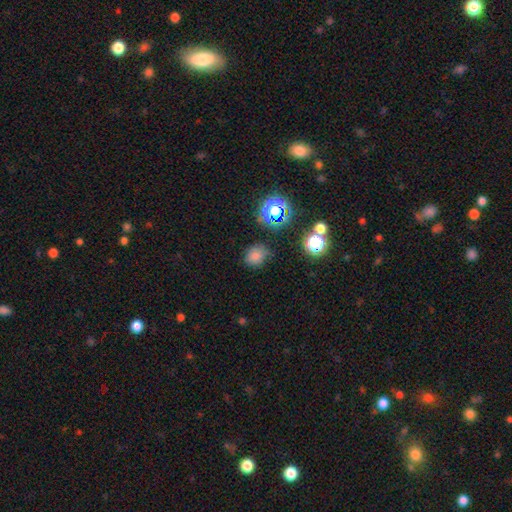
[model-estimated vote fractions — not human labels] A smooth galaxy with no disk features (73%) that is round (59%). Merging: none (72%).